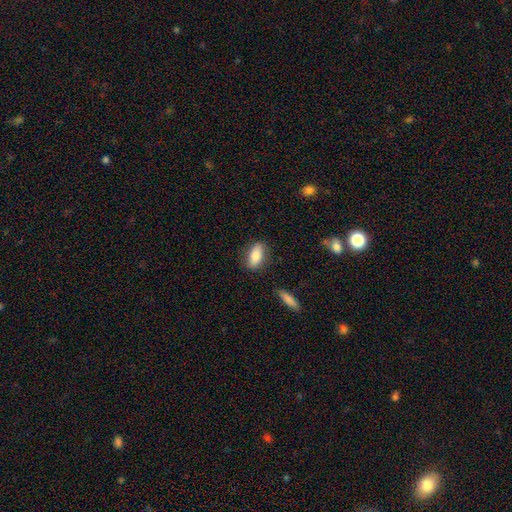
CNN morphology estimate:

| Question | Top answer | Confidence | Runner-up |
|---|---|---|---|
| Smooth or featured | smooth | 80% | featured or disk (13%) |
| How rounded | in between | 86% | cigar-shaped (10%) |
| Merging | none | 81% | minor disturbance (13%) |